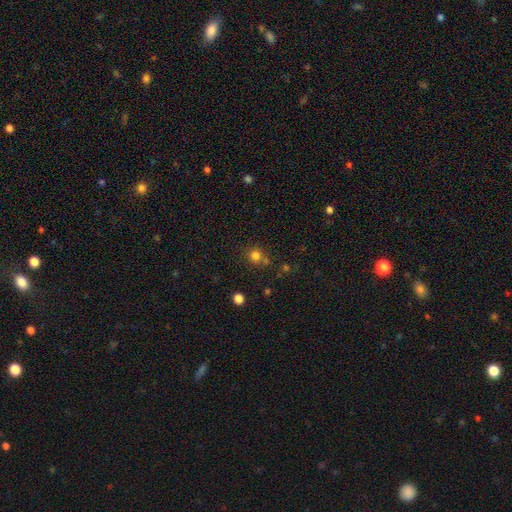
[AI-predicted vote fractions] Overall: smooth (77%). How rounded: round (90%). Merging: none (69%).